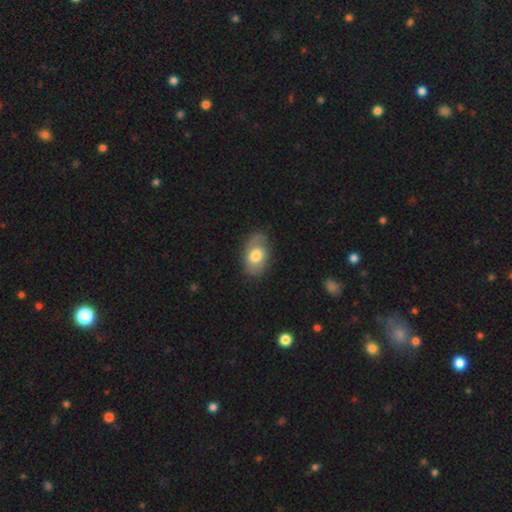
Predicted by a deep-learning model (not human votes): The model was most divided on "smooth or featured": smooth: 56%, featured or disk: 38%, star or artifact: 6%. More confident: how rounded — in between (86%); merging — none (67%).